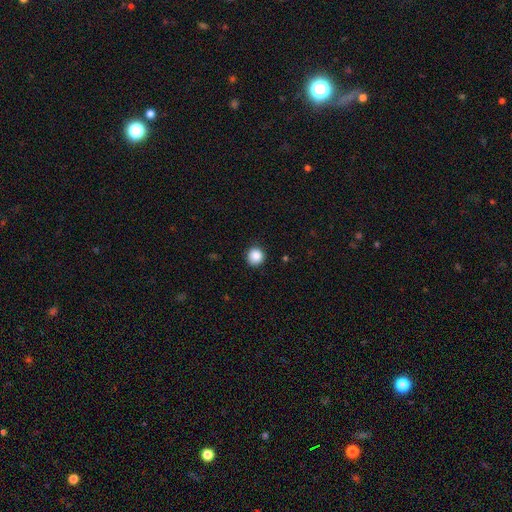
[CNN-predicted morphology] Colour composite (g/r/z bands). It shows a smooth galaxy with no disk features (87%) that is round (94%). Merging: none (90%).